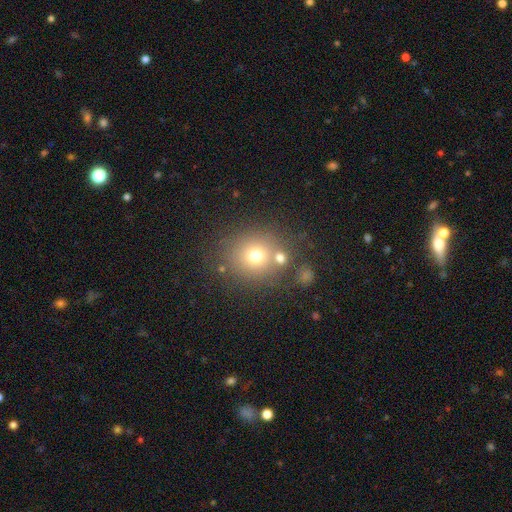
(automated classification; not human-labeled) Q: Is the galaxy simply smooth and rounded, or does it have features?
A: smooth — 69%.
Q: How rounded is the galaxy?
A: round — 84%.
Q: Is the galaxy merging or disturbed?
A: none — 70%.